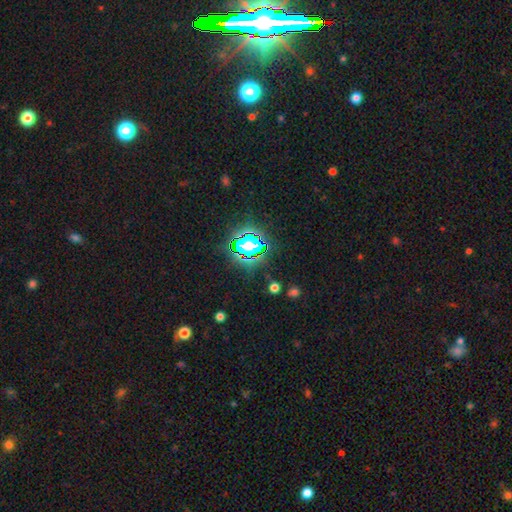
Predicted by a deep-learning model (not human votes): Smooth or featured? star or artifact (81%)